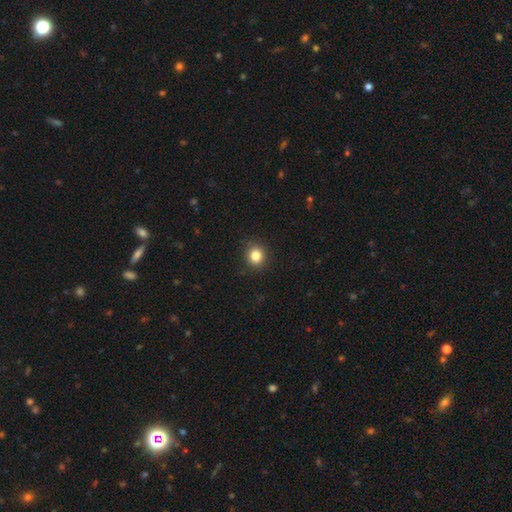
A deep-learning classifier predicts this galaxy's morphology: A smooth galaxy with no disk features (84%) that is round (86%). Merging: none (91%).